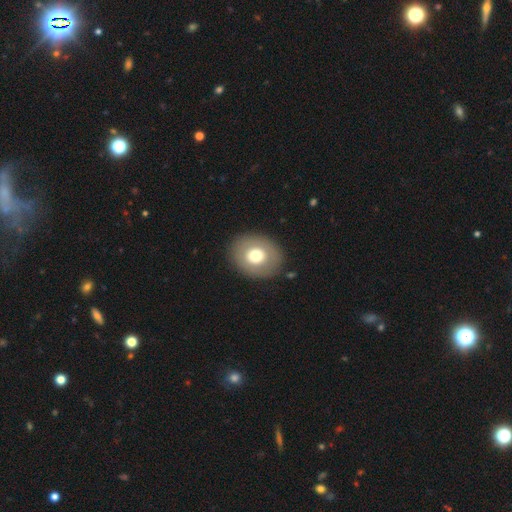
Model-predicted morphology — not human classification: Smooth or featured: smooth — 66% (featured or disk — 26%)
How rounded: round — 59% (in between — 40%)
Merging: none — 88% (minor disturbance — 8%)